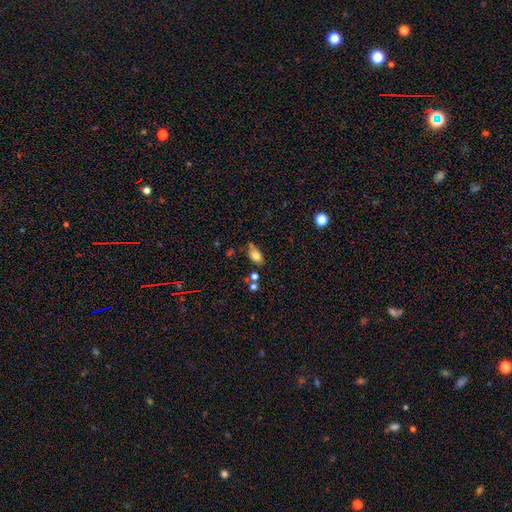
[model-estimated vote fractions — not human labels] Smooth or featured: smooth — 75% (featured or disk — 14%)
How rounded: in between — 85% (round — 10%)
Merging: none — 56% (minor disturbance — 24%)